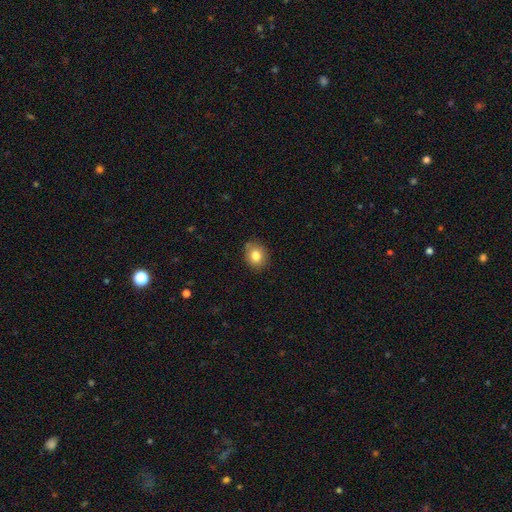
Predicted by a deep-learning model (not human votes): A smooth galaxy with no disk features (81%) that is round (65%).

Vote fractions:
- Smooth or featured? smooth: 81% / star or artifact: 10% / featured or disk: 9%
- How rounded? round: 65% / in between: 34% / cigar-shaped: 1%
- Merging? none: 83% / minor disturbance: 13% / major disturbance: 2% / merger: 2%